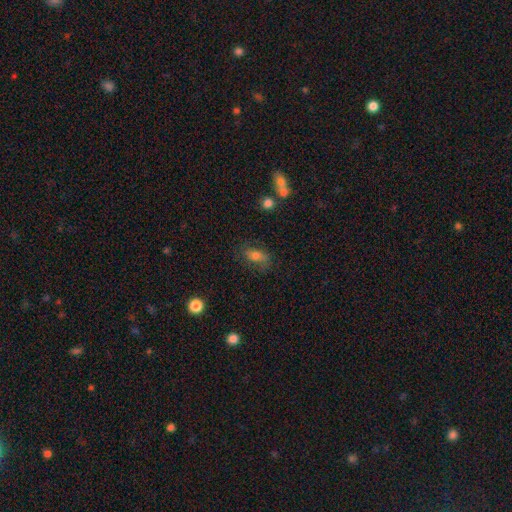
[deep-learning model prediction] Smooth or featured? smooth (63%)
How rounded? in between (80%)
Merging? none (69%)